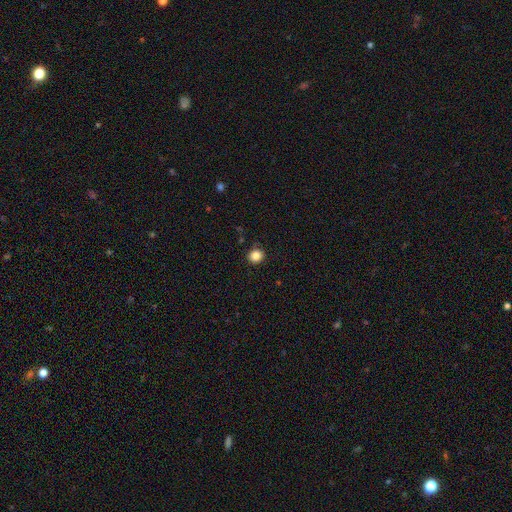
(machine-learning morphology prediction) A smooth galaxy with no disk features (84%) that is round (86%).

Vote fractions:
- Smooth or featured? smooth: 84% / star or artifact: 11% / featured or disk: 5%
- How rounded? round: 86% / in between: 13% / cigar-shaped: 1%
- Merging? none: 86% / minor disturbance: 11% / major disturbance: 2% / merger: 1%